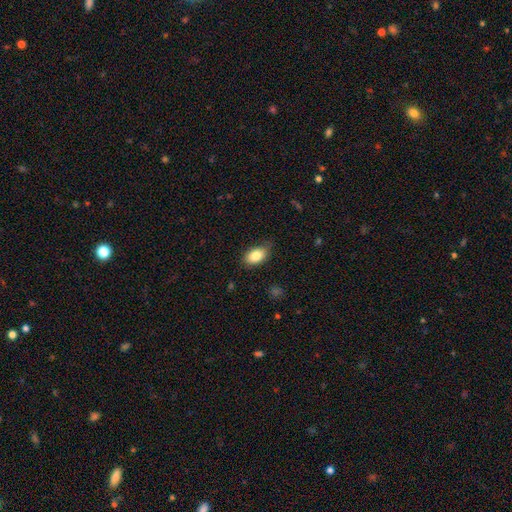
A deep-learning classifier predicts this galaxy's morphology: This appears to be a smooth galaxy with no disk features (83%) that is in between round and cigar-shaped (89%). Merging: none (75%).